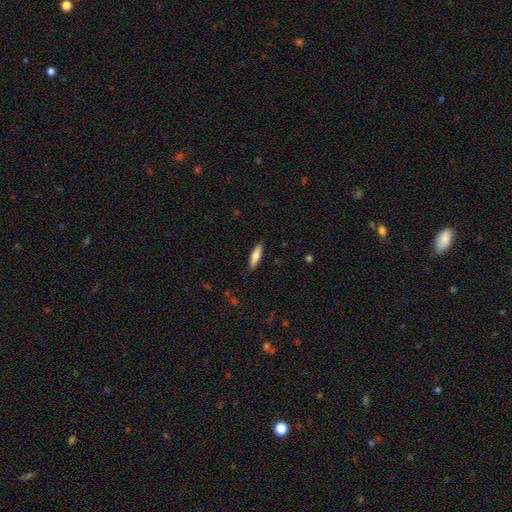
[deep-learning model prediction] Smooth or featured?
  - smooth: 74% *
  - featured or disk: 20%
  - star or artifact: 6%
How rounded?
  - cigar-shaped: 66% *
  - in between: 32%
  - round: 2%
Merging?
  - none: 89% *
  - minor disturbance: 8%
  - major disturbance: 2%
  - merger: 1%